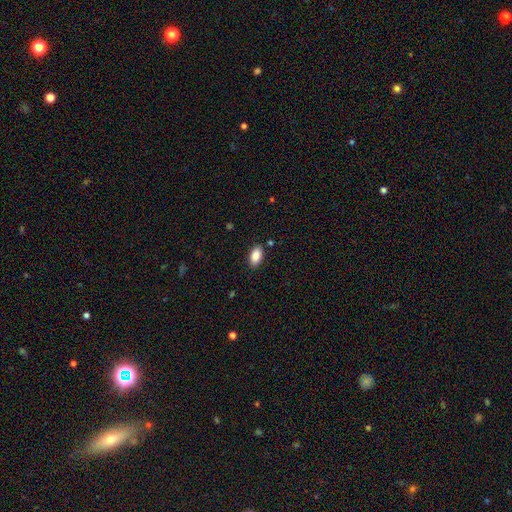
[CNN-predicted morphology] This appears to be a smooth galaxy with no disk features (88%) that is in between round and cigar-shaped (93%). Merging: none (87%).